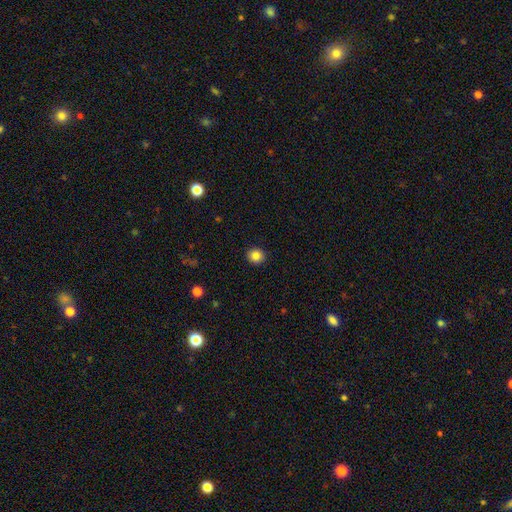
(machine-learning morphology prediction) This is clearly a smooth galaxy (84%). How rounded: clearly round (89%). Merging: clearly none (92%).